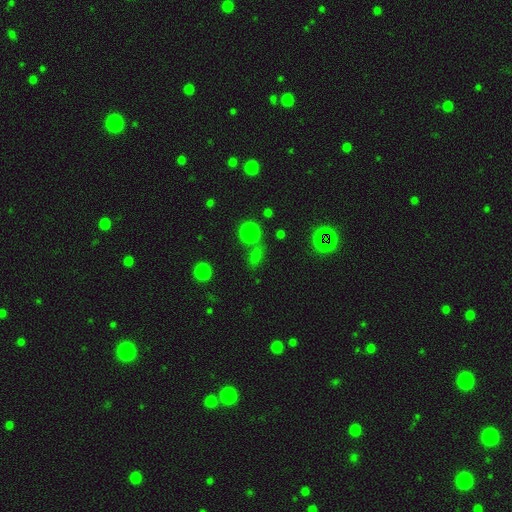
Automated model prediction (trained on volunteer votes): Morphology: type=smooth (63%); roundness=round (70%); merging=none (67%).